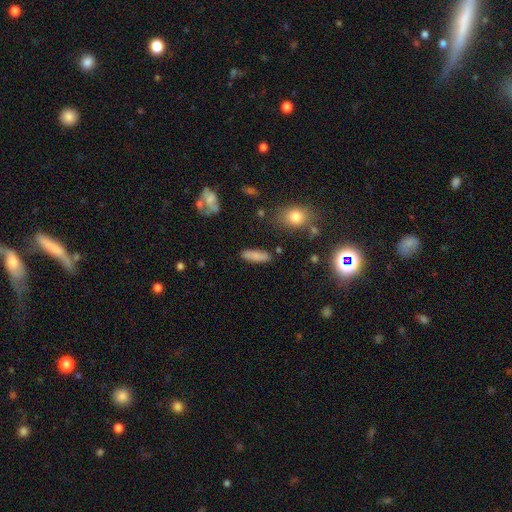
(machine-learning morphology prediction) Smooth or featured? Predicted: smooth (p=0.80). How rounded? Predicted: in between (p=0.50). Merging? Predicted: none (p=0.84).